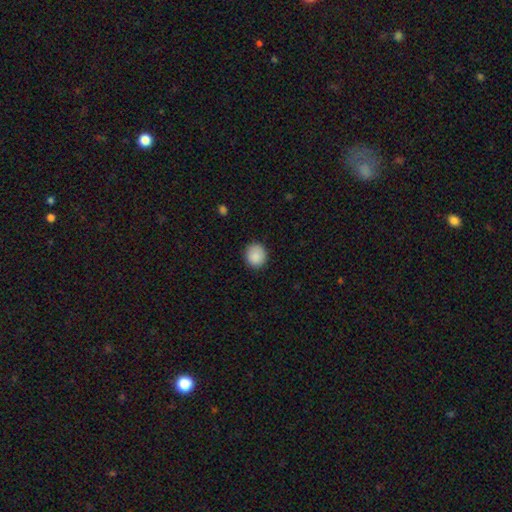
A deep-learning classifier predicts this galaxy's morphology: Smooth or featured?
  - smooth: 89% *
  - star or artifact: 8%
  - featured or disk: 3%
How rounded?
  - round: 85% *
  - in between: 14%
  - cigar-shaped: 1%
Merging?
  - none: 86% *
  - minor disturbance: 10%
  - major disturbance: 2%
  - merger: 1%